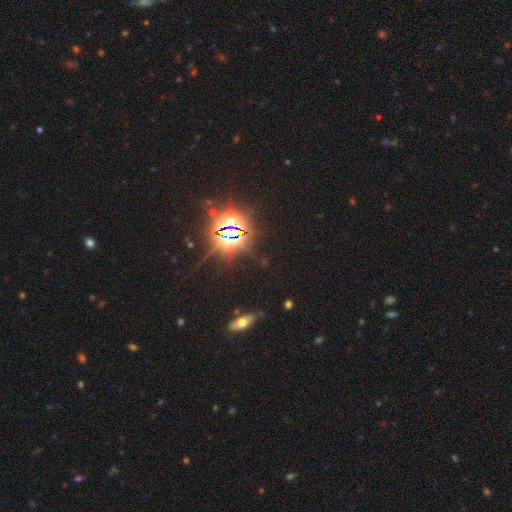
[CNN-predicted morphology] smooth-or-featured: star or artifact: 79% | smooth: 11% | featured or disk: 10%